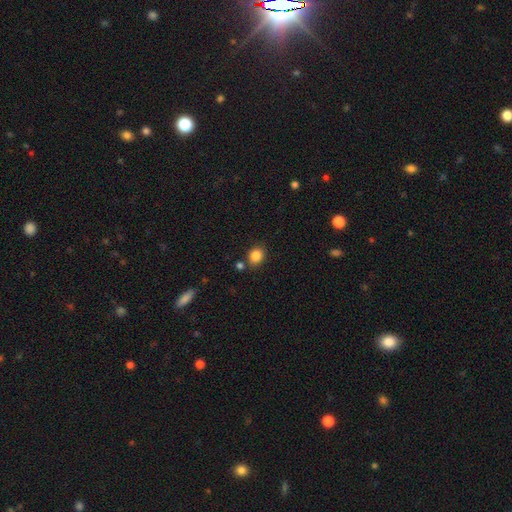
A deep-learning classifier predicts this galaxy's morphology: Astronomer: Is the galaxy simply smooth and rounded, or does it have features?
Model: smooth — 85%.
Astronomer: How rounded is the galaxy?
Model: round — 61% (runner-up: in between, 38%).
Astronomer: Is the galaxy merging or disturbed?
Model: none — 78%.